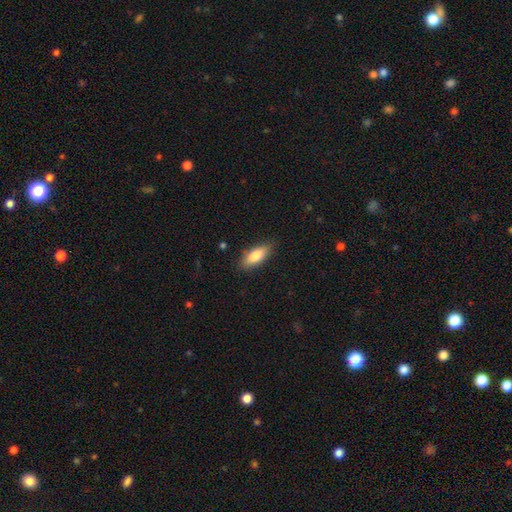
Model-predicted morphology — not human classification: A smooth galaxy with no disk features (80%) that is in between round and cigar-shaped (74%).

Vote fractions:
- Smooth or featured? smooth: 80% / featured or disk: 14% / star or artifact: 6%
- How rounded? in between: 74% / cigar-shaped: 23% / round: 2%
- Merging? none: 84% / minor disturbance: 12% / major disturbance: 3% / merger: 1%